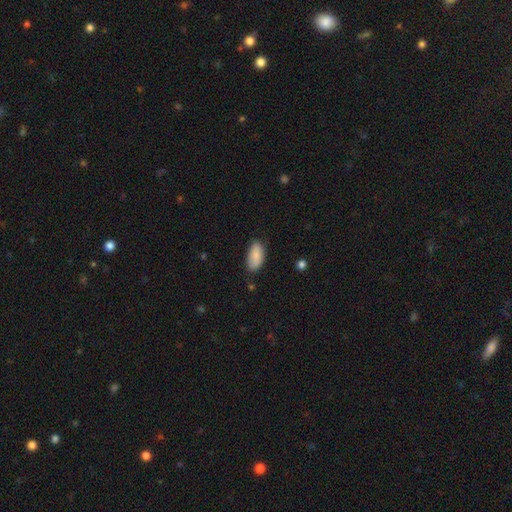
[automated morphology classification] This appears to be a smooth galaxy with no disk features (85%) that is in between round and cigar-shaped (92%). Merging: none (78%).